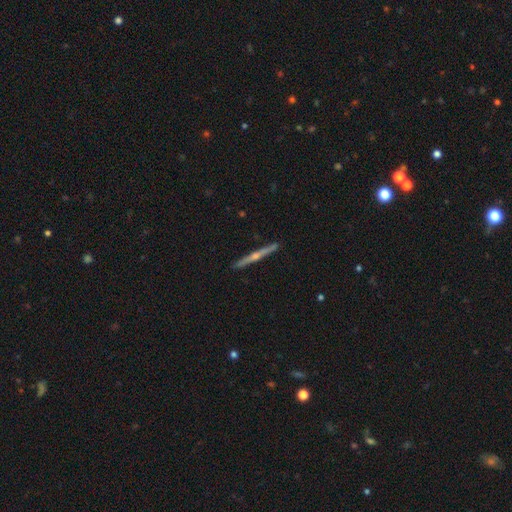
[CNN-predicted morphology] Q: Smooth or featured?
A: featured or disk (63%); runner-up: smooth (24%)
Q: Edge-on disk?
A: yes (93%); runner-up: no (7%)
Q: Edge-on bulge?
A: rounded (65%); runner-up: none (26%)
Q: Merging?
A: none (86%); runner-up: minor disturbance (9%)